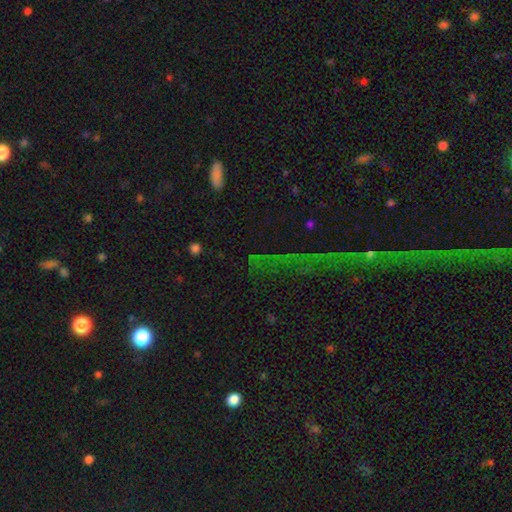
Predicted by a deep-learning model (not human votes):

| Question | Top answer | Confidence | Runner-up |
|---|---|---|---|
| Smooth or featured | star or artifact | 67% | smooth (21%) |